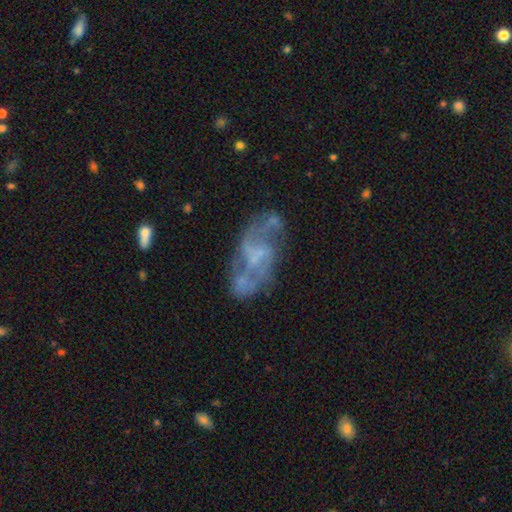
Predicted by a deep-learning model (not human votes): Smooth or featured: featured or disk — 76% (smooth — 15%)
Edge-on disk: no — 96% (yes — 4%)
Bar: no — 46% (weak — 43%)
Spiral arms: yes — 77% (no — 23%)
Spiral winding: loose — 43% (medium — 41%)
Spiral arm count: 2 — 59% (can't tell — 22%)
Bulge size: none — 43% (small — 38%)
Merging: none — 56% (minor disturbance — 20%)